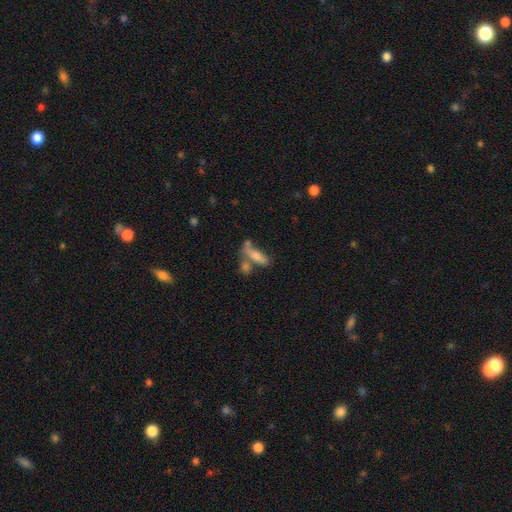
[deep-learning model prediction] The model was most divided on "how rounded": cigar-shaped: 51%, in between: 45%, round: 4%. Remaining: smooth or featured — smooth (61%); merging — none (43%).